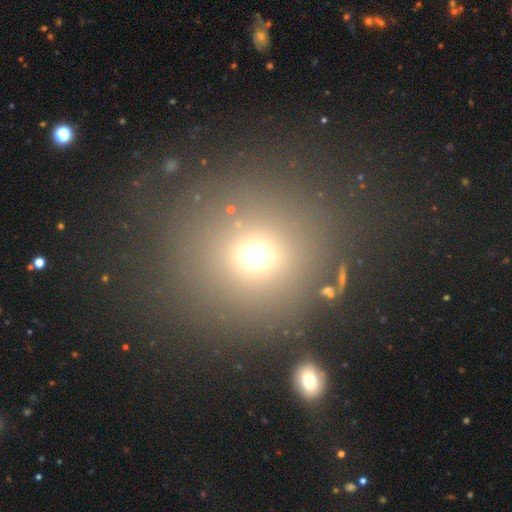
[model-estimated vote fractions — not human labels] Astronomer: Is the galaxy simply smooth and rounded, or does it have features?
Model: smooth — 64%.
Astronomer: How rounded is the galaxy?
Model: round — 89%.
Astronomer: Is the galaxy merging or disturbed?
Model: none — 74%.